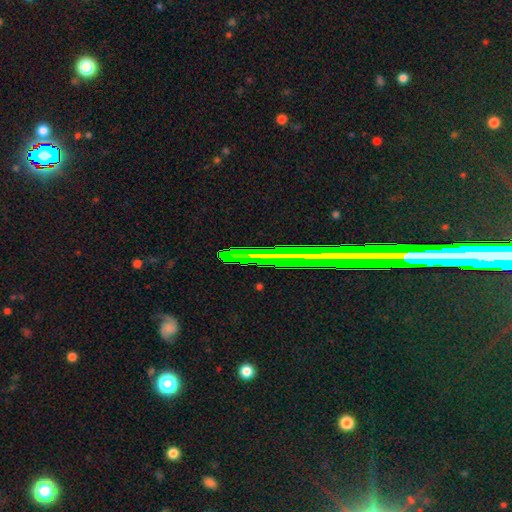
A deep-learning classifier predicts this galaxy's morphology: smooth-or-featured: star or artifact: 59% | featured or disk: 24% | smooth: 18%